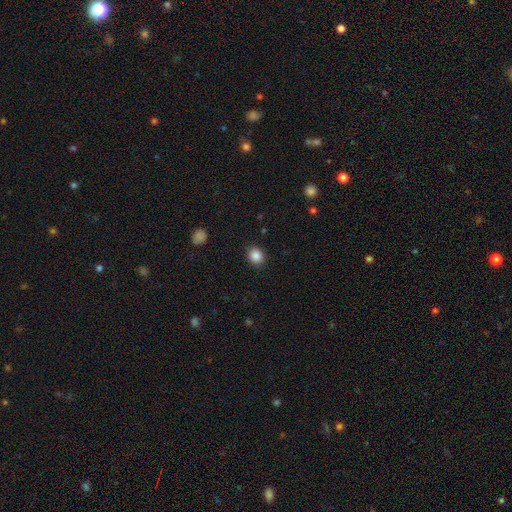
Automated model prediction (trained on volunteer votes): The model was most divided on "how rounded": round: 67%, in between: 32%, cigar-shaped: 1%. More confident: merging — none (89%); smooth or featured — smooth (86%).